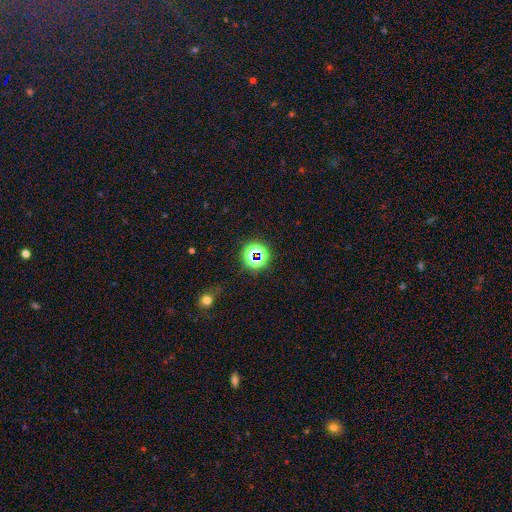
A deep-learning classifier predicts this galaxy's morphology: Overall: star or artifact (68%).